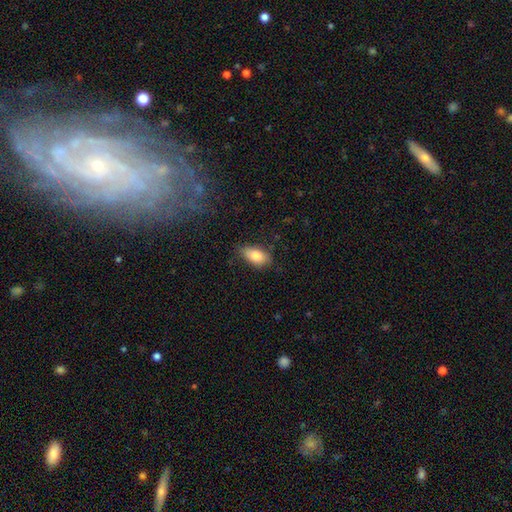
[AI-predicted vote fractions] Smooth or featured? Predicted: smooth (p=0.82). How rounded? Predicted: in between (p=0.90). Merging? Predicted: none (p=0.70).